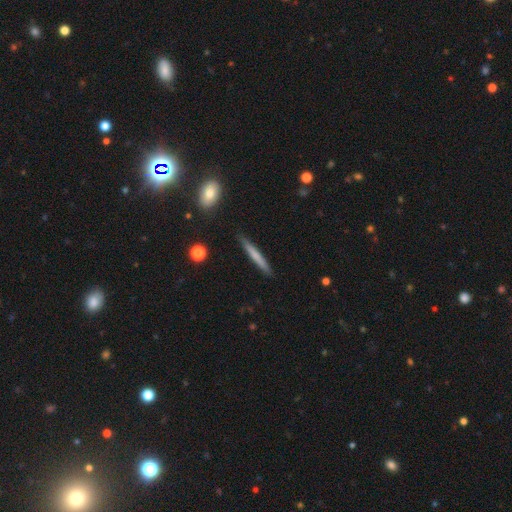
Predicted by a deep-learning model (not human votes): Smooth or featured? smooth (63%)
How rounded? cigar-shaped (96%)
Merging? none (88%)